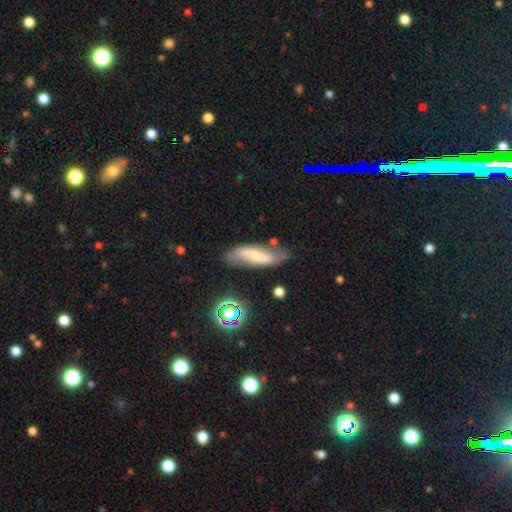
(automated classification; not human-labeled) A featured or disk galaxy (46%).

Vote fractions:
- Smooth or featured? featured or disk: 46% / smooth: 45% / star or artifact: 9%
- Merging? none: 64% / minor disturbance: 23% / major disturbance: 8% / merger: 5%